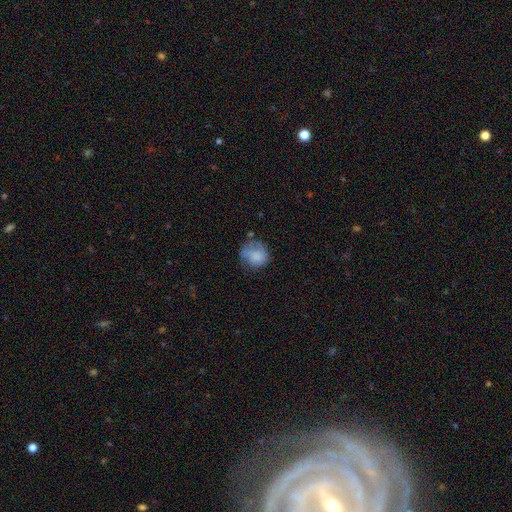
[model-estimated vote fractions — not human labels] This appears to be a smooth galaxy with no disk features (71%) that is round (76%). Merging: none (49%).